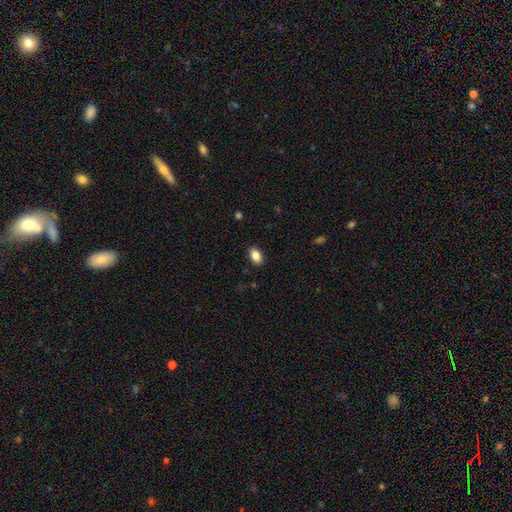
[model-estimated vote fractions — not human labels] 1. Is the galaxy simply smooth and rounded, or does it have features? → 85% smooth, 8% star or artifact, 6% featured or disk.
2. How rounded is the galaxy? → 89% in between, 9% round, 2% cigar-shaped.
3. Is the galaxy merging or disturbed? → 89% none, 8% minor disturbance, 2% major disturbance, 1% merger.